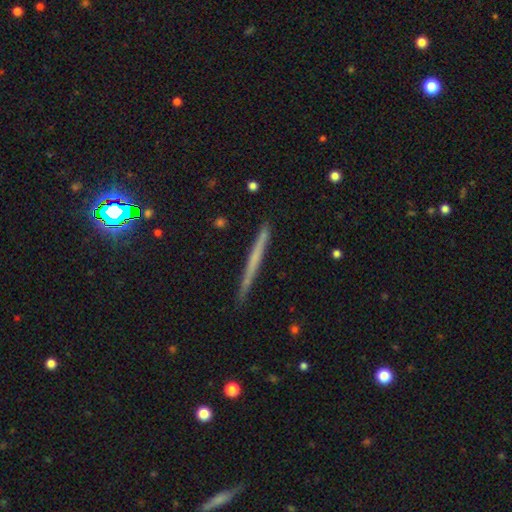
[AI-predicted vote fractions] smooth 47%, featured or disk 45%, star or artifact 8%. Down the decision tree: merging — none (88%).